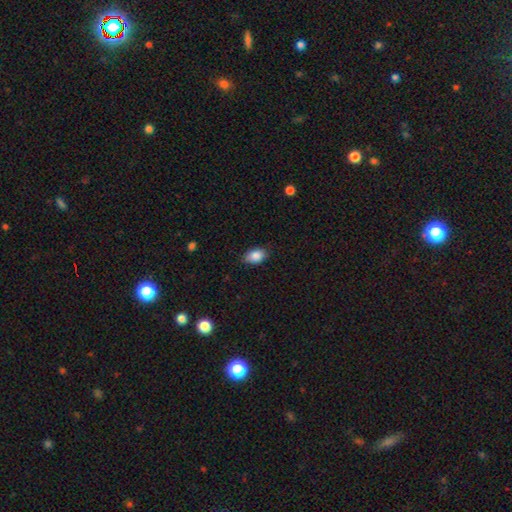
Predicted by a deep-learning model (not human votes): Q: Smooth or featured?
A: smooth (87%); runner-up: star or artifact (8%)
Q: How rounded?
A: in between (87%); runner-up: round (12%)
Q: Merging?
A: none (81%); runner-up: minor disturbance (15%)